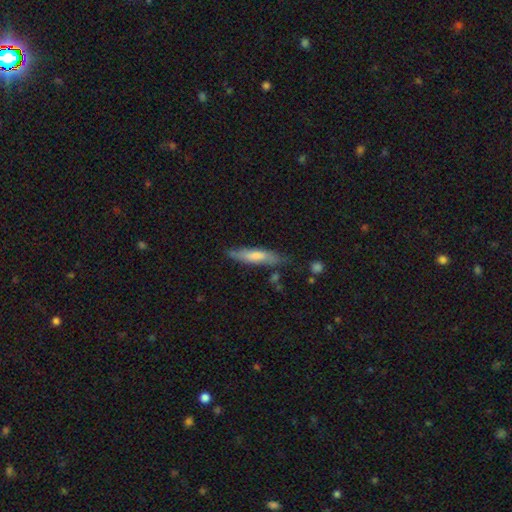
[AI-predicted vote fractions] Smooth or featured?
  - featured or disk: 50% *
  - smooth: 40%
  - star or artifact: 10%
Merging?
  - none: 79% *
  - minor disturbance: 15%
  - major disturbance: 3%
  - merger: 3%